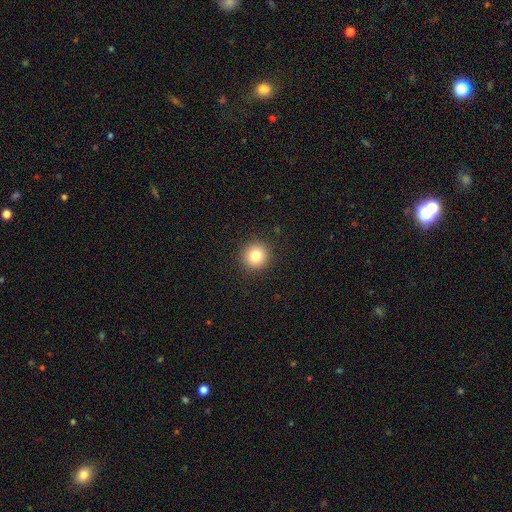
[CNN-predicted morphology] Smooth or featured? smooth (82%)
How rounded? round (95%)
Merging? none (92%)